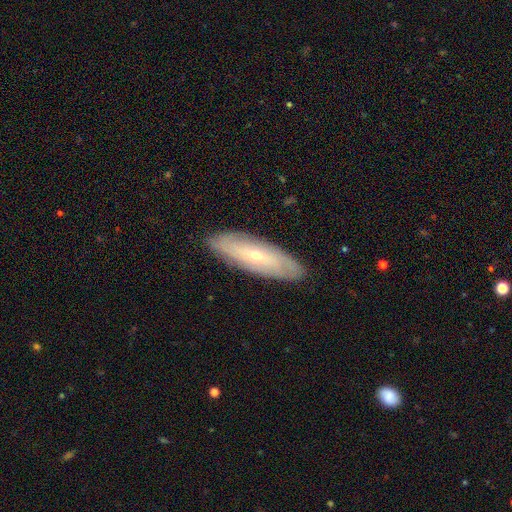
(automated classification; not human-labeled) The model was most divided on "smooth or featured": featured or disk: 62%, smooth: 32%, star or artifact: 7%. More confident: merging — none (87%); edge-on disk — no (70%).